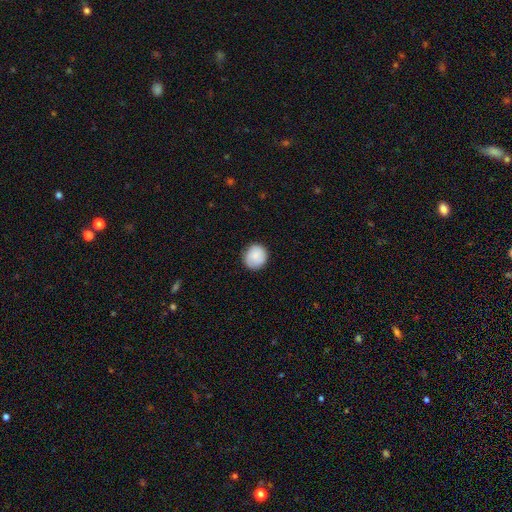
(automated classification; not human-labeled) Overall: smooth (85%). How rounded: round (88%). Merging: none (85%).